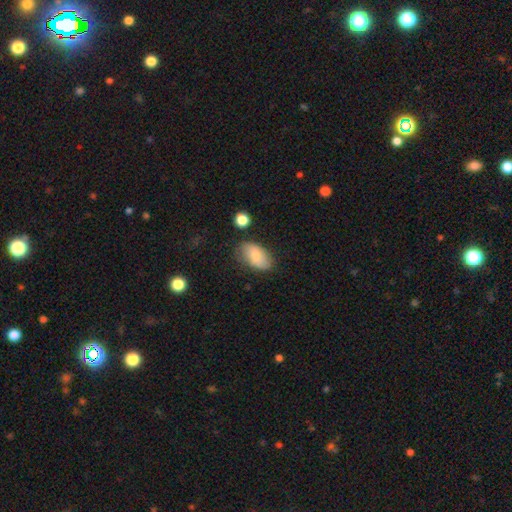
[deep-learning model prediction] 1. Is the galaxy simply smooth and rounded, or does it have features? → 72% smooth, 21% featured or disk, 7% star or artifact.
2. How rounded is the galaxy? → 93% in between, 6% round, 2% cigar-shaped.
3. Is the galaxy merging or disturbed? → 72% none, 20% minor disturbance, 5% major disturbance, 3% merger.